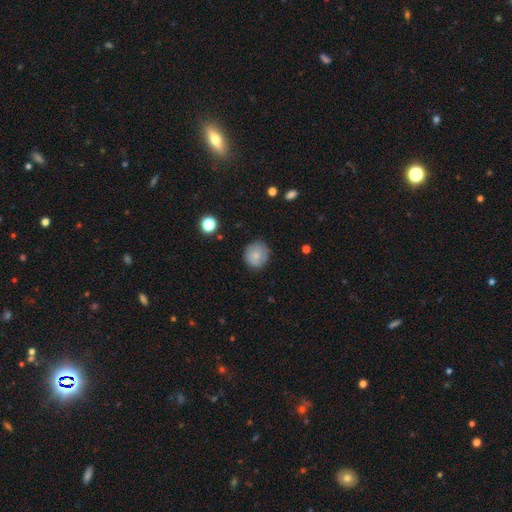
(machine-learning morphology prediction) smooth_or_featured: smooth (p=0.73) [alt: featured or disk p=0.19]
how_rounded: round (p=0.89) [alt: in between p=0.10]
merging: none (p=0.80) [alt: minor disturbance p=0.15]